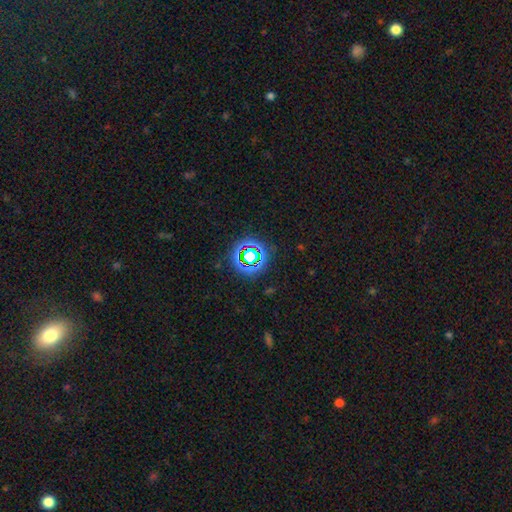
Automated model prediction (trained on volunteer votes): The model was most divided on "smooth or featured": star or artifact: 70%, smooth: 19%, featured or disk: 11%.